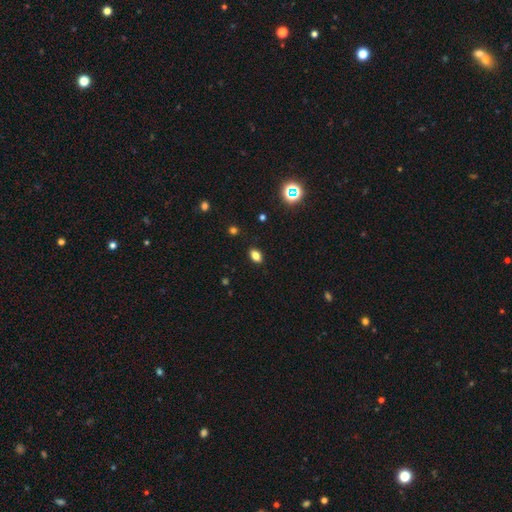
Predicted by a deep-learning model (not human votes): This is likely a smooth galaxy (79%). How rounded: clearly in between (84%). Merging: clearly none (88%).